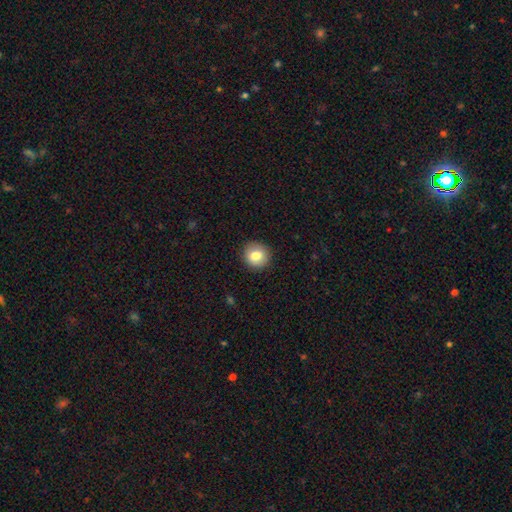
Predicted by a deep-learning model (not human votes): Q: Smooth or featured?
A: smooth (81%); runner-up: featured or disk (10%)
Q: How rounded?
A: round (90%); runner-up: in between (9%)
Q: Merging?
A: none (91%); runner-up: minor disturbance (6%)